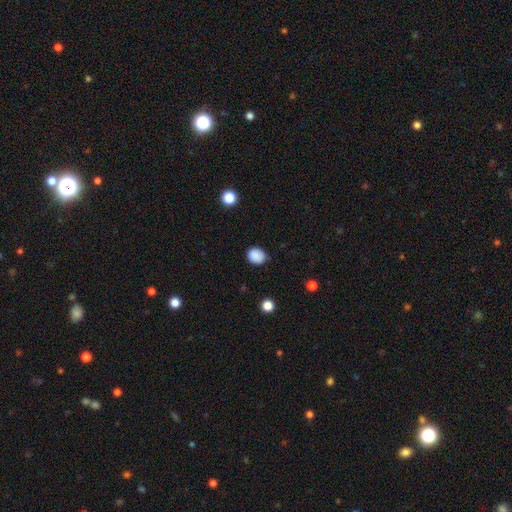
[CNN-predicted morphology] type=smooth (88%); roundness=round (72%); merging=none (84%).